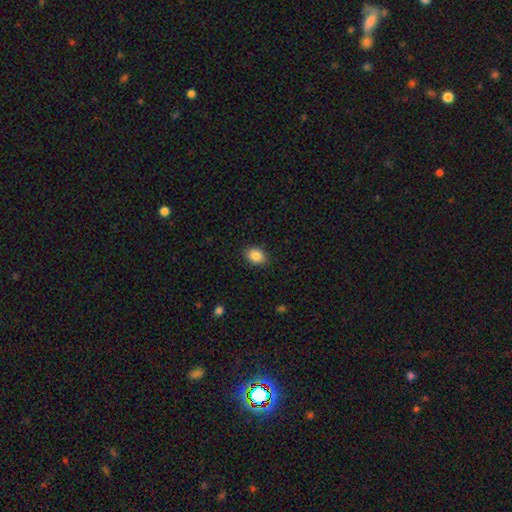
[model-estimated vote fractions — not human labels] A smooth galaxy with no disk features (86%) that is in between round and cigar-shaped (74%).

Vote fractions:
- Smooth or featured? smooth: 86% / star or artifact: 8% / featured or disk: 5%
- How rounded? in between: 74% / round: 25% / cigar-shaped: 1%
- Merging? none: 88% / minor disturbance: 9% / major disturbance: 2% / merger: 1%